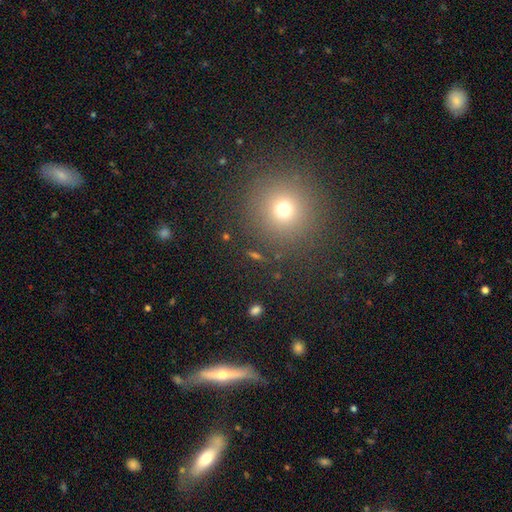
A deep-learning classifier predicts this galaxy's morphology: This appears to be a smooth galaxy with no disk features (55%) that is round (88%). Merging: none (88%).